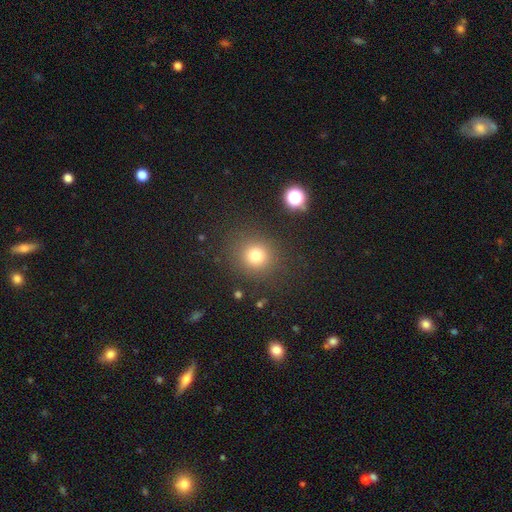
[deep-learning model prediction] A smooth galaxy with no disk features (76%) that is round (89%).

Vote fractions:
- Smooth or featured? smooth: 76% / star or artifact: 16% / featured or disk: 7%
- How rounded? round: 89% / in between: 10% / cigar-shaped: 1%
- Merging? none: 86% / minor disturbance: 8% / major disturbance: 4% / merger: 2%